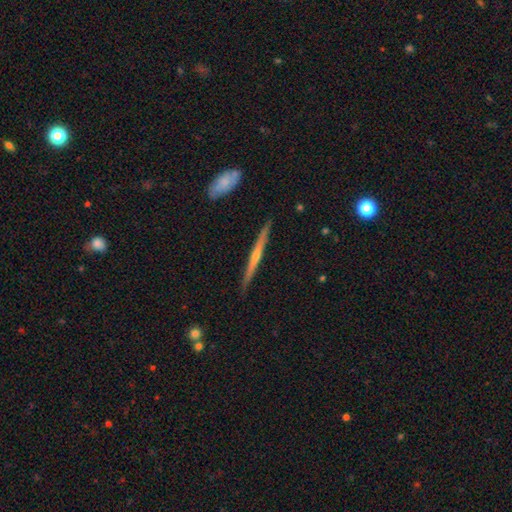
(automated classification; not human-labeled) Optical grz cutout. It shows a featured or disk galaxy (75%) viewed edge-on (98%) with a rounded central bulge (76%). Merging: none (91%).